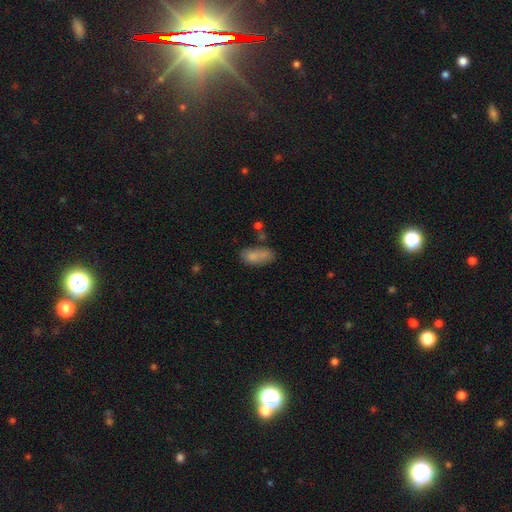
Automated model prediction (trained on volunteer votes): smooth 79%, featured or disk 12%, star or artifact 9%. Down the decision tree: how rounded — in between (85%); merging — none (48%).